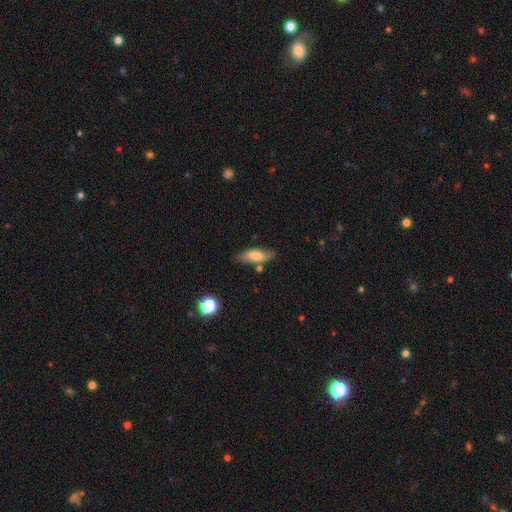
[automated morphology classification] A smooth galaxy with no disk features (69%) that is in between round and cigar-shaped (68%). Merging: none (74%).